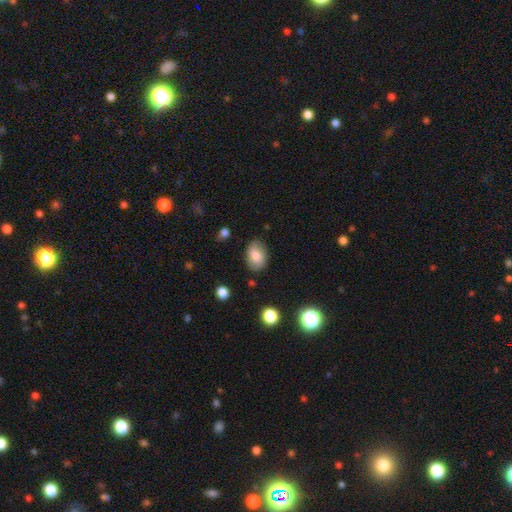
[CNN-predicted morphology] A smooth galaxy with no disk features (77%) that is in between round and cigar-shaped (83%). Merging: none (80%).